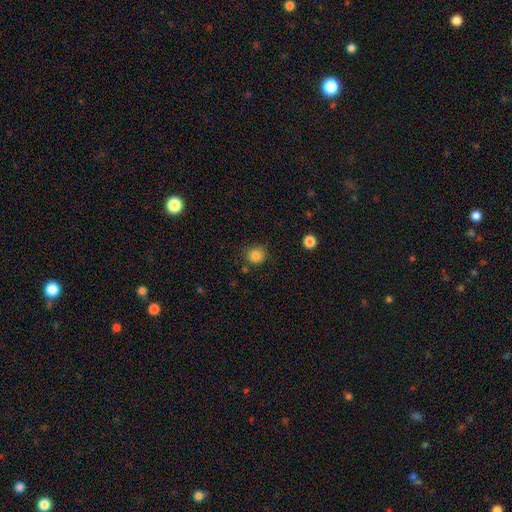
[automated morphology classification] This appears to be a smooth galaxy with no disk features (85%) that is round (88%). Merging: none (79%).